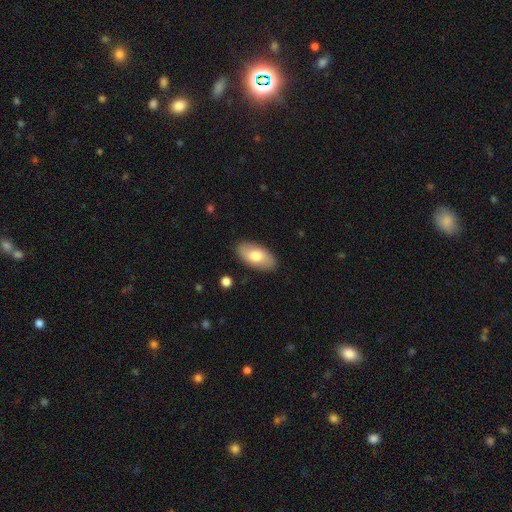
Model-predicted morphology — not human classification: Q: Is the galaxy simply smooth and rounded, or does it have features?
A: smooth — 70%.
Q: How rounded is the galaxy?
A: in between — 94%.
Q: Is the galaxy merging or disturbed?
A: none — 88%.